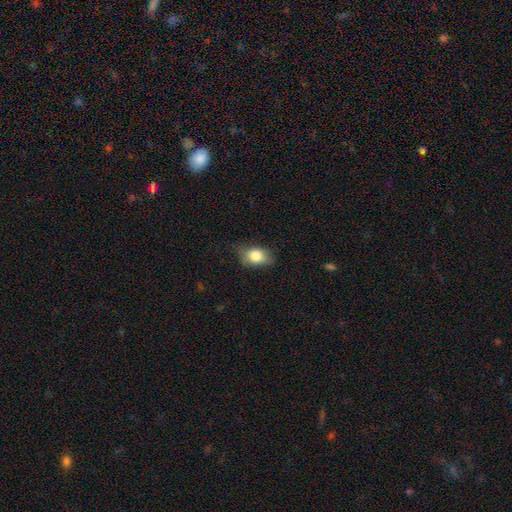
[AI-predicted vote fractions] The model was most divided on "merging": none: 66%, minor disturbance: 26%, major disturbance: 7%, merger: 1%. More confident: smooth or featured — smooth (80%); how rounded — in between (80%).